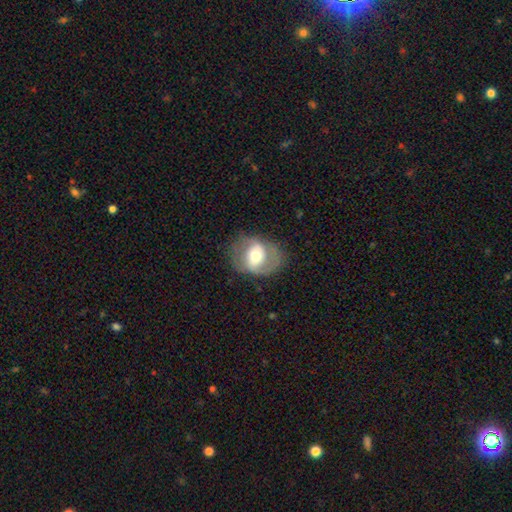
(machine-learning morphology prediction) Smooth or featured?
  - featured or disk: 58% *
  - smooth: 35%
  - star or artifact: 7%
Edge-on disk?
  - no: 95% *
  - yes: 5%
Bar?
  - no: 40% *
  - weak: 37%
  - strong: 23%
Spiral arms?
  - yes: 59% *
  - no: 41%
Bulge size?
  - moderate: 66% *
  - large: 19%
  - small: 12%
  - dominant: 2%
  - none: 1%
Merging?
  - none: 69% *
  - minor disturbance: 18%
  - major disturbance: 12%
  - merger: 1%